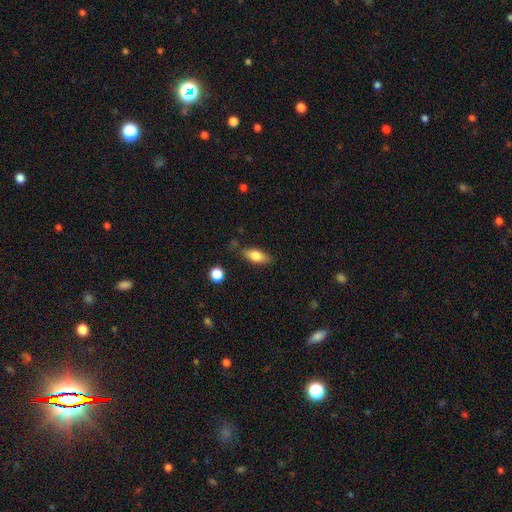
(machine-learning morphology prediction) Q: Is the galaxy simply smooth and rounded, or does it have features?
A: smooth — 77%.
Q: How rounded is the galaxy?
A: in between — 78%.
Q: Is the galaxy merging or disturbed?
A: none — 76%.